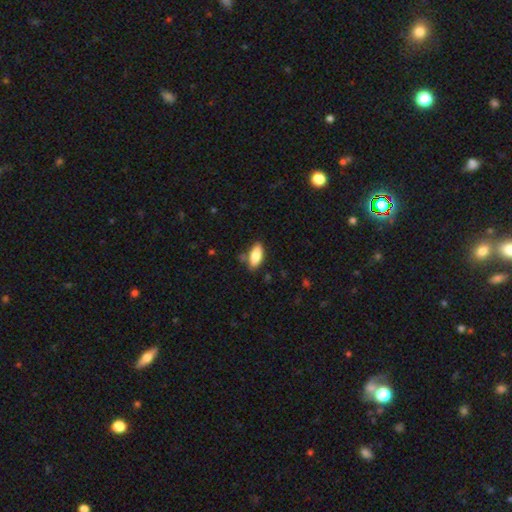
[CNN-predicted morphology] smooth-or-featured: smooth: 84% | featured or disk: 10% | star or artifact: 7%
  how-rounded: in between: 83% | cigar-shaped: 15% | round: 2%
  merging: none: 76% | minor disturbance: 16% | merger: 4% | major disturbance: 3%